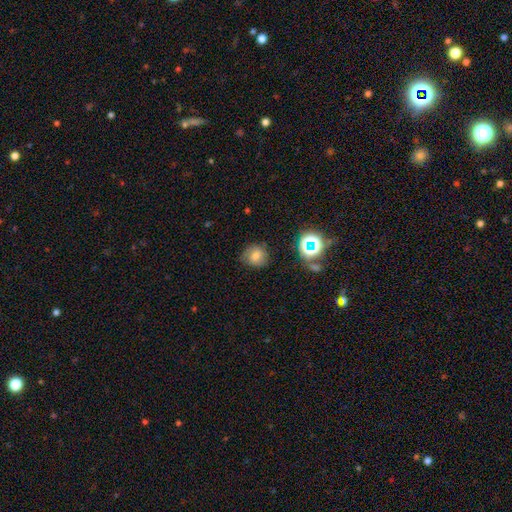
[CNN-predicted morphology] Smooth or featured: smooth — 67% (star or artifact — 17%)
How rounded: round — 84% (in between — 15%)
Merging: none — 72% (minor disturbance — 20%)